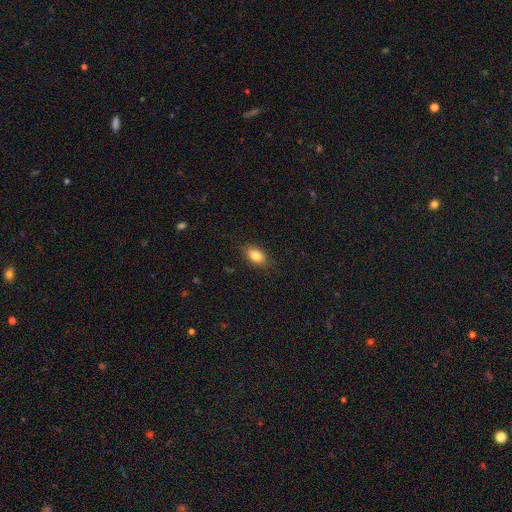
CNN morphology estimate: This appears to be a smooth galaxy with no disk features (84%) that is in between round and cigar-shaped (88%). Merging: none (86%).